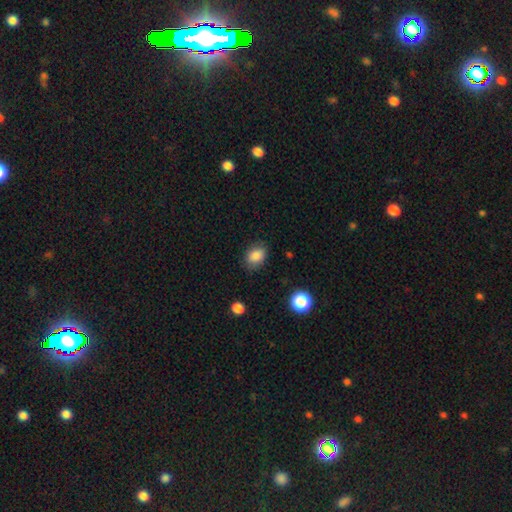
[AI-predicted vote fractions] Smooth or featured?
  - smooth: 85% *
  - star or artifact: 9%
  - featured or disk: 6%
How rounded?
  - in between: 70% *
  - round: 29%
  - cigar-shaped: 1%
Merging?
  - none: 80% *
  - minor disturbance: 15%
  - major disturbance: 4%
  - merger: 1%